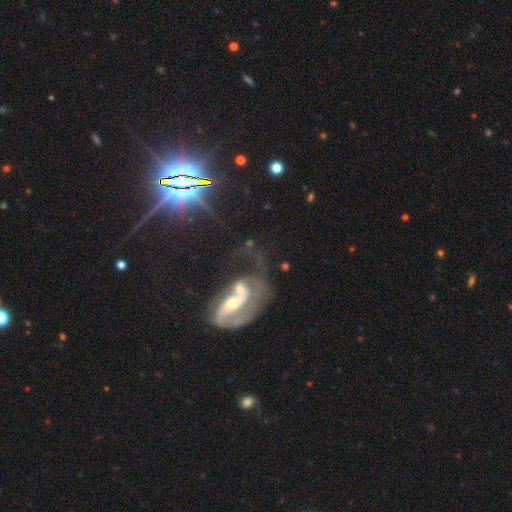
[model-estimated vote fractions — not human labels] Morphology: type=featured or disk (71%); edge-on=no (92%); bar=weak (36%); spiral arms=yes (79%); winding=medium (40%); arm count=2 (46%); bulge=moderate (51%); merging=major disturbance (34%).